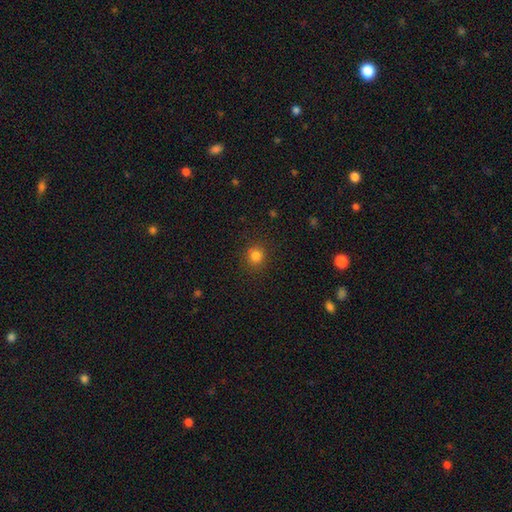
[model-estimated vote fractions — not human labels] smooth 82%, star or artifact 13%, featured or disk 5%. Down the decision tree: how rounded — round (91%); merging — none (89%).